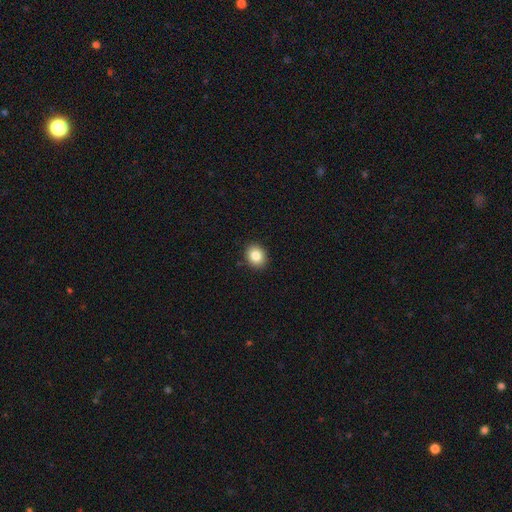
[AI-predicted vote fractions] Smooth or featured? Predicted: smooth (p=0.85). How rounded? Predicted: round (p=0.61). Merging? Predicted: none (p=0.90).